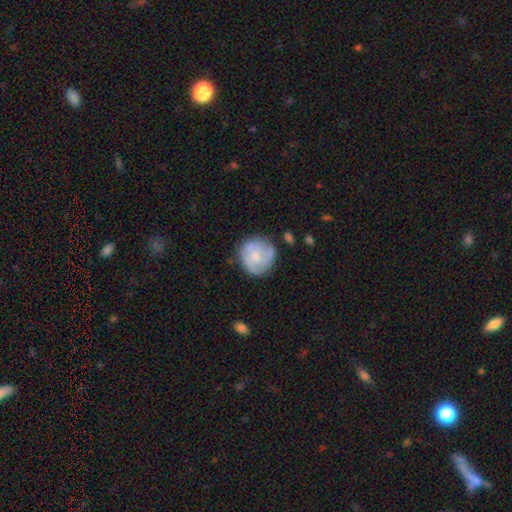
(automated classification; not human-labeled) Q: Smooth or featured?
A: smooth (51%); runner-up: featured or disk (43%)
Q: How rounded?
A: round (91%); runner-up: in between (8%)
Q: Merging?
A: none (71%); runner-up: minor disturbance (20%)